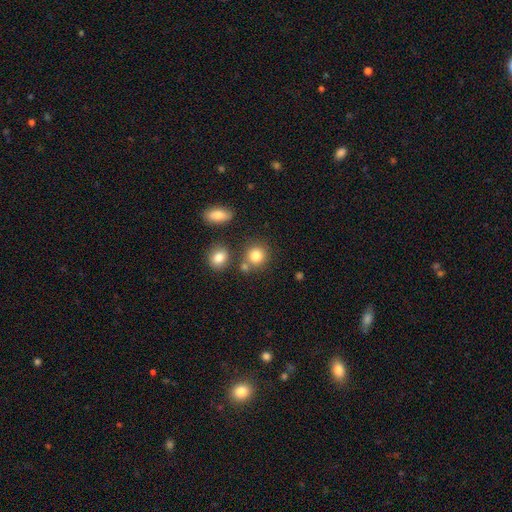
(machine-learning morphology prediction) This appears to be a smooth galaxy with no disk features (82%) that is round (83%). Merging: none (68%).